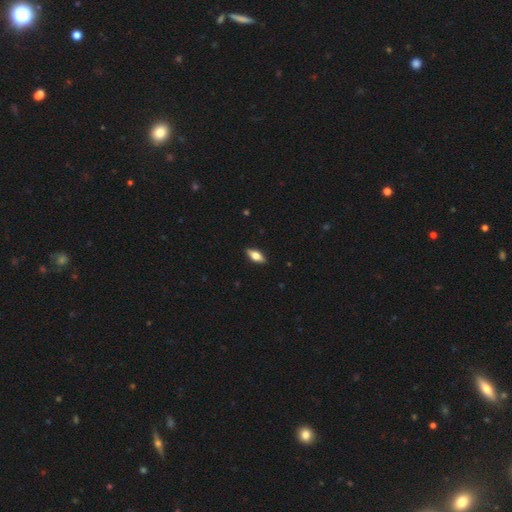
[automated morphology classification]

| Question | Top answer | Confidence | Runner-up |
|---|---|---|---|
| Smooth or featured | smooth | 58% | featured or disk (36%) |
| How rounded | in between | 75% | cigar-shaped (21%) |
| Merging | none | 89% | minor disturbance (8%) |